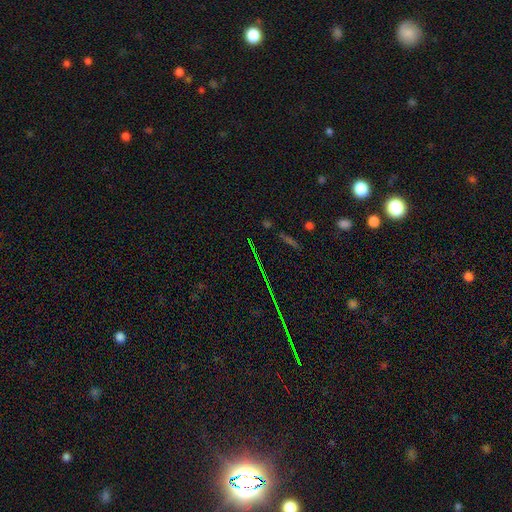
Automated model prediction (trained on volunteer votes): Smooth or featured? Predicted: star or artifact (p=0.73).